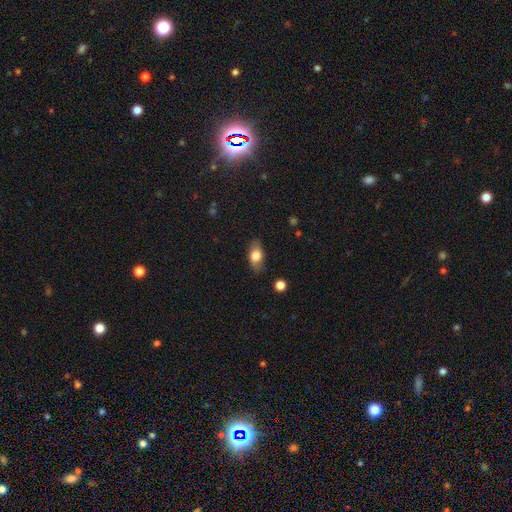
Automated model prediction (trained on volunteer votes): Smooth or featured? smooth (73%)
How rounded? in between (85%)
Merging? none (80%)